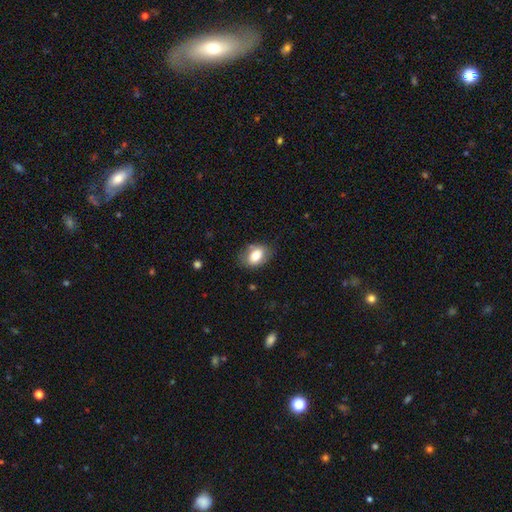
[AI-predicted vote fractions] smooth_or_featured: smooth (p=0.74) [alt: featured or disk p=0.18]
how_rounded: in between (p=0.82) [alt: round p=0.17]
merging: none (p=0.73) [alt: minor disturbance p=0.19]